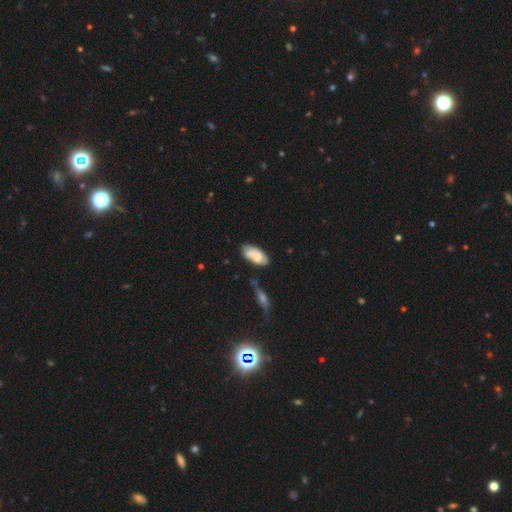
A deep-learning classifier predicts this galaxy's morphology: Smooth or featured: smooth — 62% (featured or disk — 31%)
How rounded: in between — 90% (cigar-shaped — 7%)
Merging: none — 59% (minor disturbance — 25%)